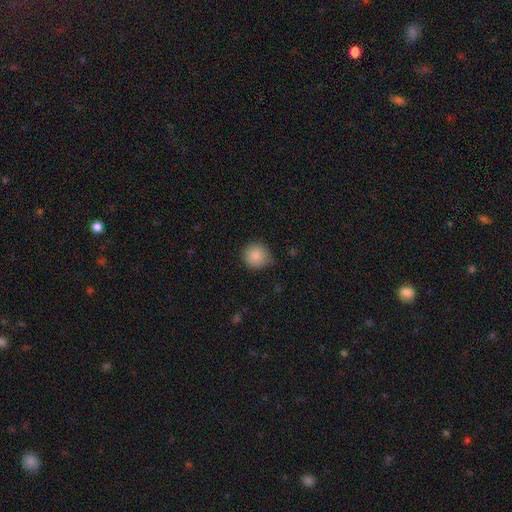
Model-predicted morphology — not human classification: Smooth or featured? smooth (87%)
How rounded? round (93%)
Merging? none (76%)